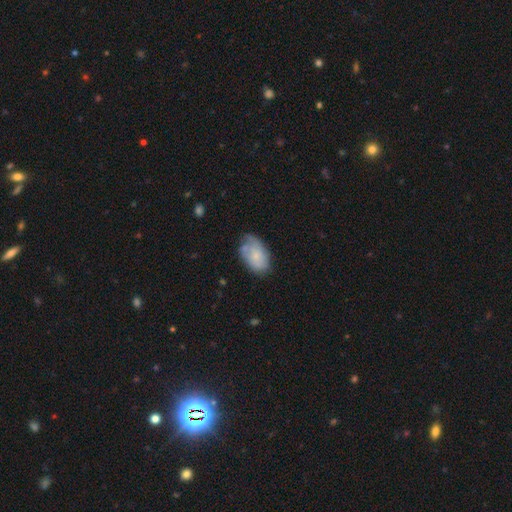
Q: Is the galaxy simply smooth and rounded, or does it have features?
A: smooth — 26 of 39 (67%).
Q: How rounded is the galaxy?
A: in between — 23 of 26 (88%).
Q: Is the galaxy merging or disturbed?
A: none — 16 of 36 (44%).